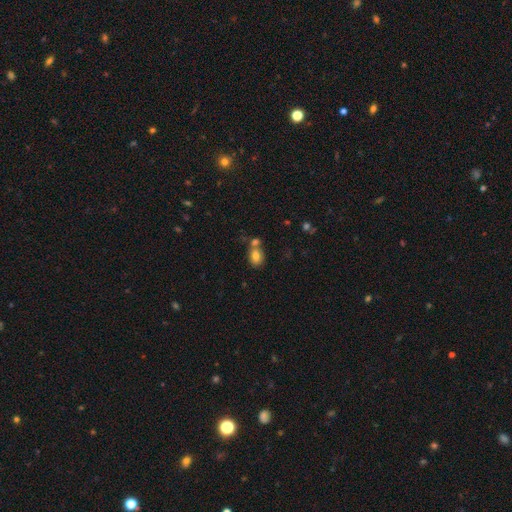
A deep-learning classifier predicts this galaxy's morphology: A smooth galaxy with no disk features (79%) that is in between round and cigar-shaped (69%).

Vote fractions:
- Smooth or featured? smooth: 79% / featured or disk: 11% / star or artifact: 10%
- How rounded? in between: 69% / round: 30% / cigar-shaped: 1%
- Merging? none: 48% / merger: 36% / minor disturbance: 12% / major disturbance: 4%